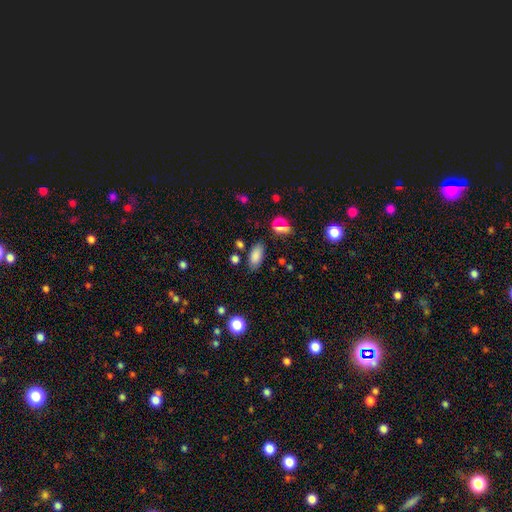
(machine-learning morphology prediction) The model was most divided on "merging": none: 80%, minor disturbance: 12%, merger: 5%, major disturbance: 3%. More confident: how rounded — in between (89%); smooth or featured — smooth (82%).